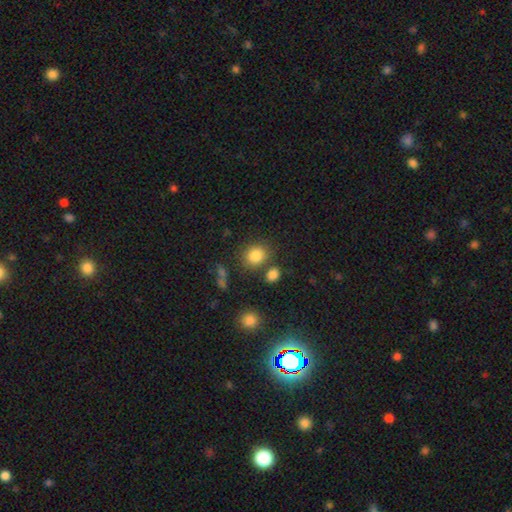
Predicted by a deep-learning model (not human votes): Q: Smooth or featured?
A: smooth (84%); runner-up: star or artifact (10%)
Q: How rounded?
A: round (71%); runner-up: in between (28%)
Q: Merging?
A: none (74%); runner-up: merger (11%)